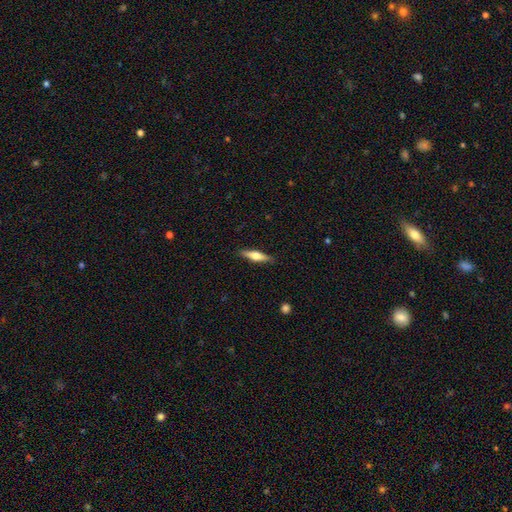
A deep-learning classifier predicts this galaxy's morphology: Q: Smooth or featured?
A: smooth (49%); runner-up: featured or disk (45%)
Q: Merging?
A: none (88%); runner-up: minor disturbance (9%)